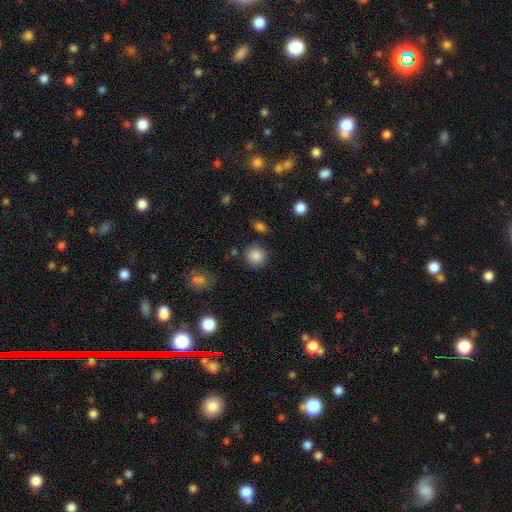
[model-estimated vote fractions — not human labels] The model was most divided on "merging": none: 84%, minor disturbance: 9%, merger: 3%, major disturbance: 3%. More confident: how rounded — round (89%); smooth or featured — smooth (87%).